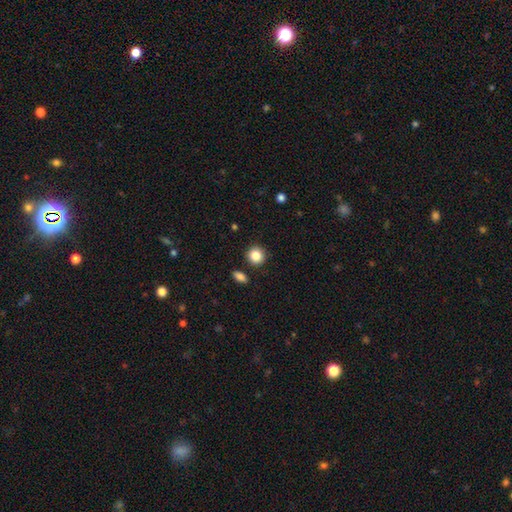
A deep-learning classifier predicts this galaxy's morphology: Overall: smooth (86%). How rounded: round (91%). Merging: none (88%).